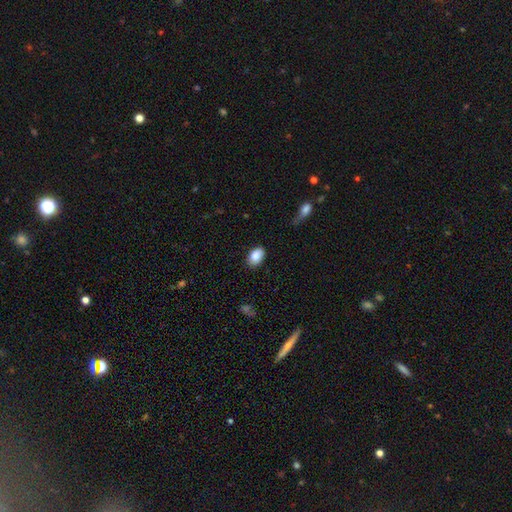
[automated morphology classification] This is clearly a smooth galaxy (87%). How rounded: clearly in between (89%). Merging: clearly none (84%).